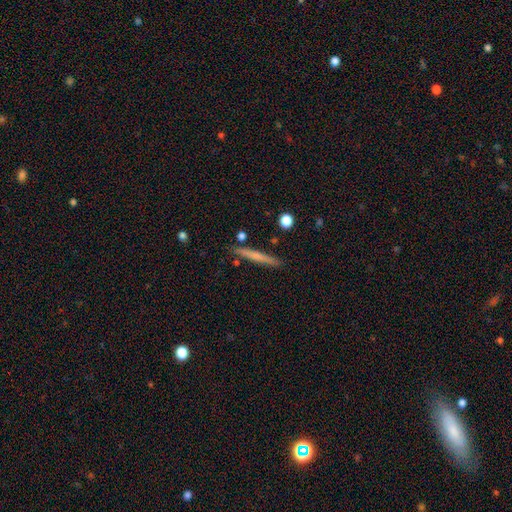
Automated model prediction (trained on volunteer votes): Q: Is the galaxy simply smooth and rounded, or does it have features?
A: smooth — 52%.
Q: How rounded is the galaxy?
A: cigar-shaped — 95%.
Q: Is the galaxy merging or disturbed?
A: none — 87%.